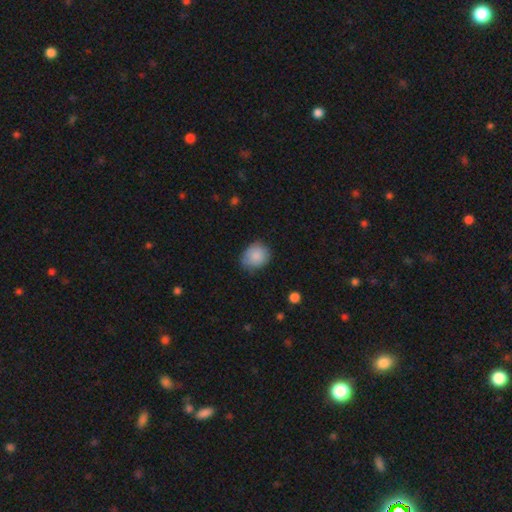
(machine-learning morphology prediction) A smooth galaxy with no disk features (86%) that is round (60%). Merging: none (71%).